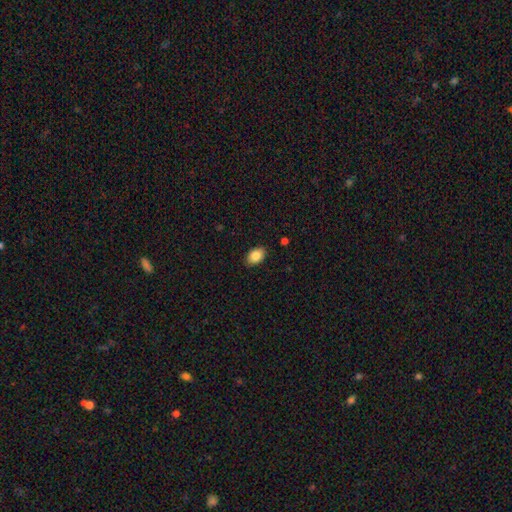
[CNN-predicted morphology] A smooth galaxy with no disk features (85%) that is in between round and cigar-shaped (87%). Merging: none (88%).